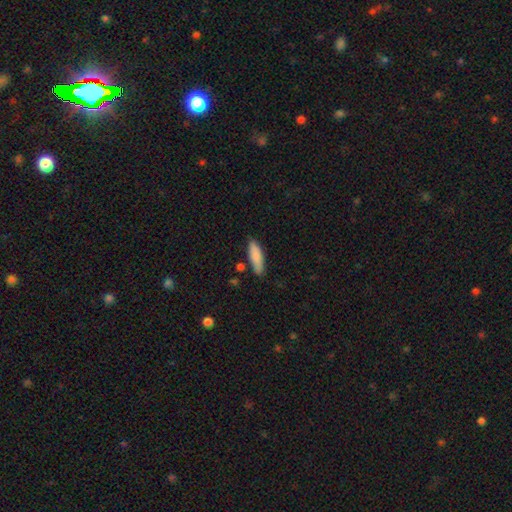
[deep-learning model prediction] Smooth or featured: smooth — 85% (featured or disk — 9%)
How rounded: cigar-shaped — 55% (in between — 43%)
Merging: none — 77% (minor disturbance — 16%)